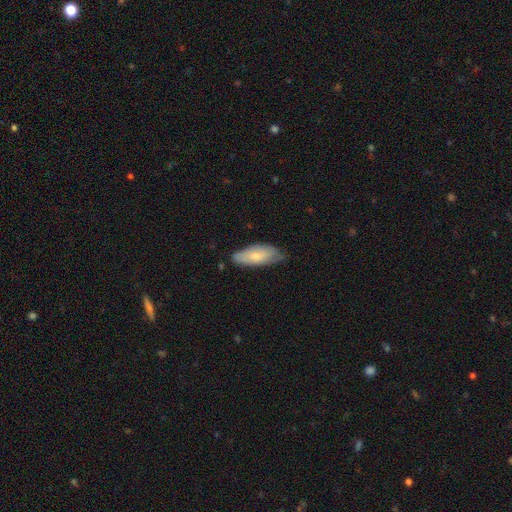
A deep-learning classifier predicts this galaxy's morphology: A smooth galaxy with no disk features (71%) that is in between round and cigar-shaped (78%).

Vote fractions:
- Smooth or featured? smooth: 71% / featured or disk: 23% / star or artifact: 6%
- How rounded? in between: 78% / cigar-shaped: 20% / round: 2%
- Merging? none: 63% / minor disturbance: 31% / major disturbance: 5% / merger: 2%